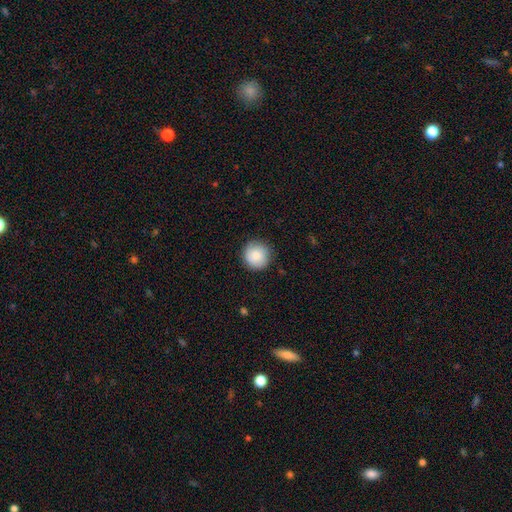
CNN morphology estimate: smooth_or_featured: smooth (p=0.85) [alt: featured or disk p=0.08]
how_rounded: round (p=0.95) [alt: in between p=0.05]
merging: none (p=0.88) [alt: minor disturbance p=0.09]